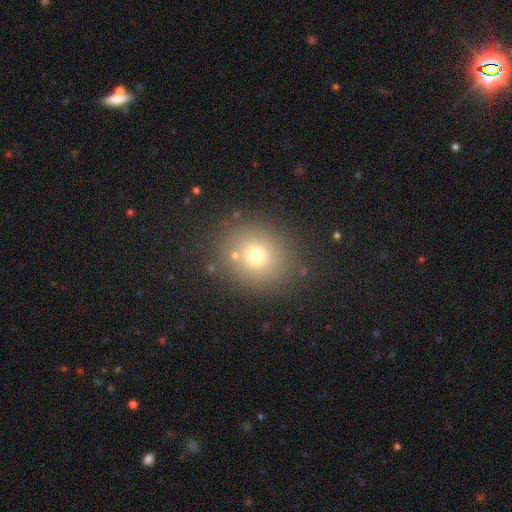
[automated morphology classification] Overall: smooth (70%). How rounded: round (77%). Merging: none (81%).